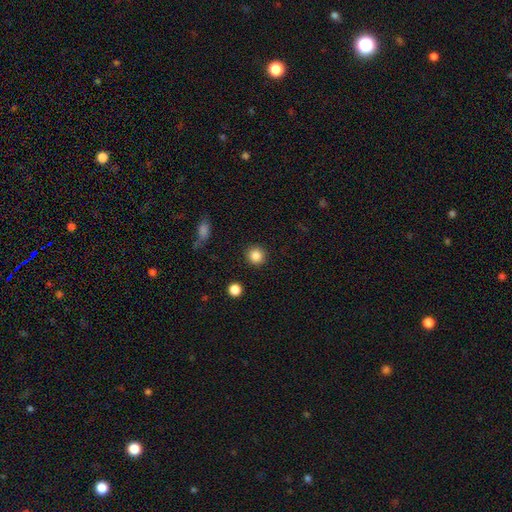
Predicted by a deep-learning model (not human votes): Smooth or featured? Predicted: smooth (p=0.86). How rounded? Predicted: round (p=0.94). Merging? Predicted: none (p=0.91).